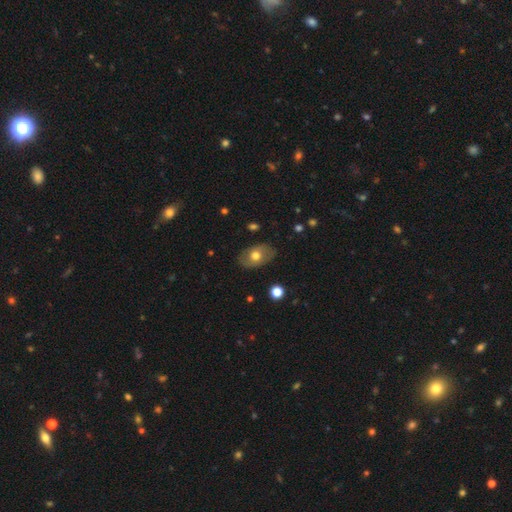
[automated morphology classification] The model was most divided on "smooth or featured": smooth: 62%, featured or disk: 31%, star or artifact: 7%. More confident: how rounded — in between (84%); merging — none (82%).